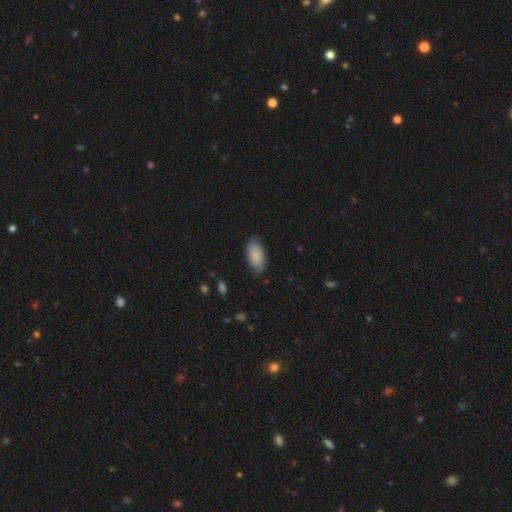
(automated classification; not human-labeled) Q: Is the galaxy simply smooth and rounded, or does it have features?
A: smooth — 86%.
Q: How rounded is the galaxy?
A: in between — 92%.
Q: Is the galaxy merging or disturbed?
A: none — 84%.